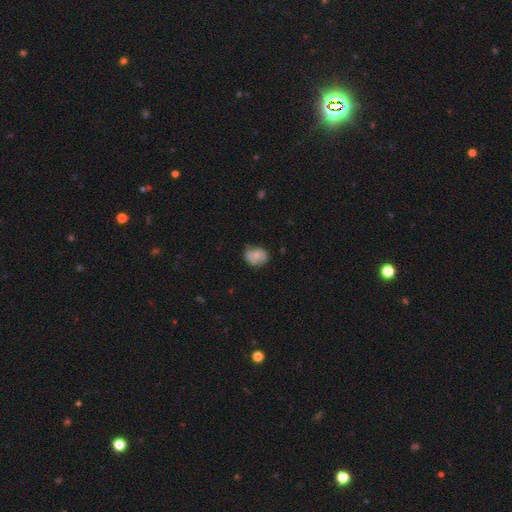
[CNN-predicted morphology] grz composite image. It shows a smooth galaxy with no disk features (75%) that is in between round and cigar-shaped (53%). Merging: none (64%).